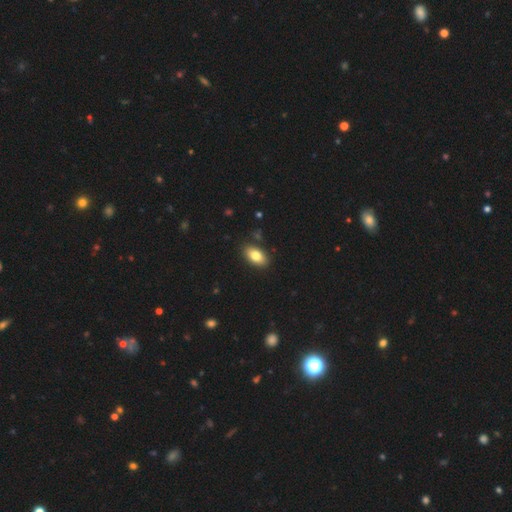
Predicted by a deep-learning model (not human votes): Morphology: type=smooth (81%); roundness=in between (91%); merging=none (87%).